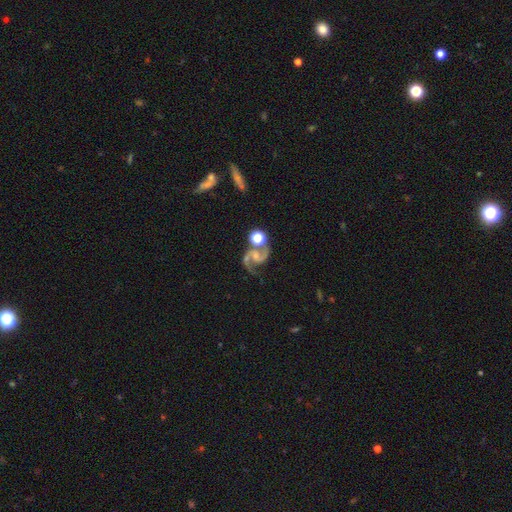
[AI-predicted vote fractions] Smooth or featured: featured or disk — 89% (star or artifact — 6%)
Edge-on disk: no — 98% (yes — 2%)
Bar: no — 46% (weak — 41%)
Spiral arms: yes — 98% (no — 2%)
Spiral winding: medium — 57% (loose — 32%)
Spiral arm count: 2 — 93% (1 — 2%)
Bulge size: small — 47% (moderate — 31%)
Merging: none — 61% (minor disturbance — 15%)